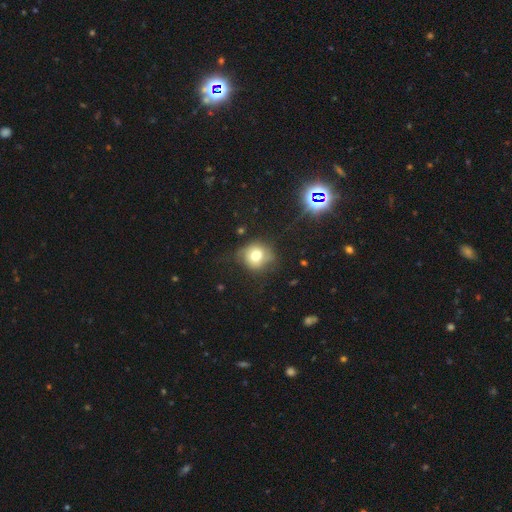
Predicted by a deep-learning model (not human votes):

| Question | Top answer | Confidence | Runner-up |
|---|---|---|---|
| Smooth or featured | smooth | 65% | featured or disk (23%) |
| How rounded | round | 85% | in between (14%) |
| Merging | none | 62% | minor disturbance (24%) |